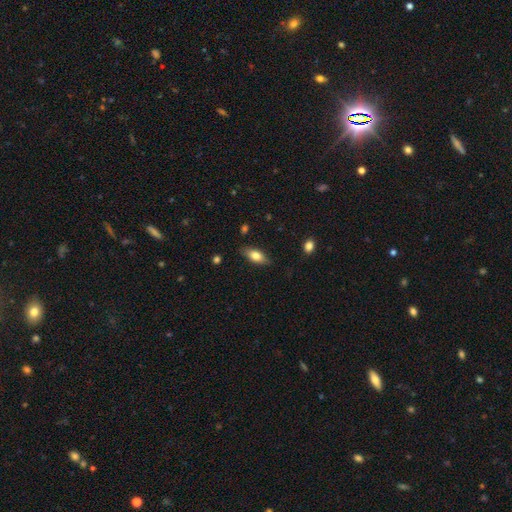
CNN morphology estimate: type=smooth (74%); roundness=in between (81%); merging=none (82%).